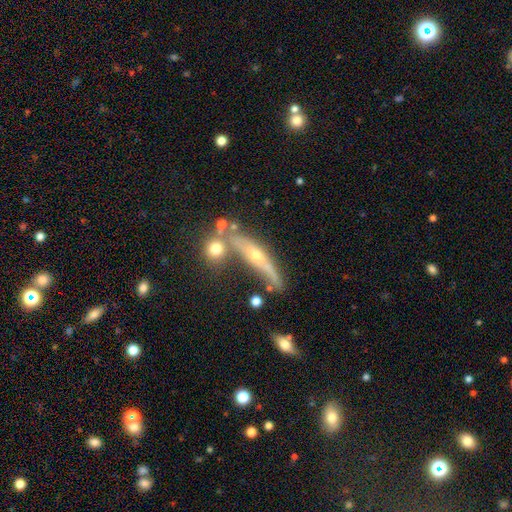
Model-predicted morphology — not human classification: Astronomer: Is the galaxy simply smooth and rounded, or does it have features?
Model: featured or disk — 66%.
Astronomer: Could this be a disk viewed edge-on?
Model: yes — 85%.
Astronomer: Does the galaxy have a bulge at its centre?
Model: rounded — 87%.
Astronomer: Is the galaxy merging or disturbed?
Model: none — 54%.